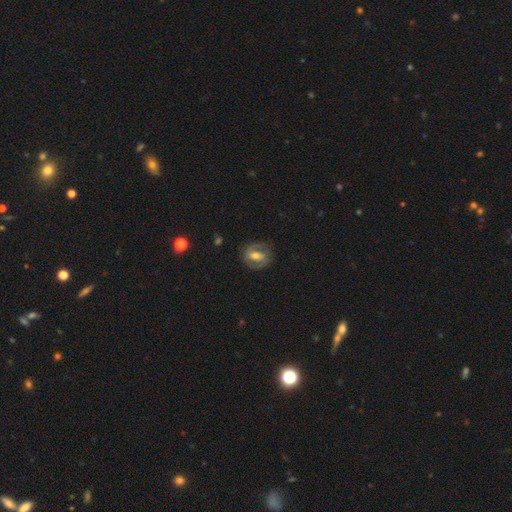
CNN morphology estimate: A featured or disk galaxy (62%) with a weak bar (41%), spiral arms (71%) and a moderate central bulge (66%).

Vote fractions:
- Smooth or featured? featured or disk: 62% / smooth: 31% / star or artifact: 7%
- Edge-on disk? no: 95% / yes: 5%
- Bar? weak: 41% / strong: 34% / no: 25%
- Spiral arms? yes: 71% / no: 29%
- Bulge size? moderate: 66% / small: 21% / large: 10% / none: 2% / dominant: 1%
- Merging? none: 78% / minor disturbance: 14% / major disturbance: 7% / merger: 1%